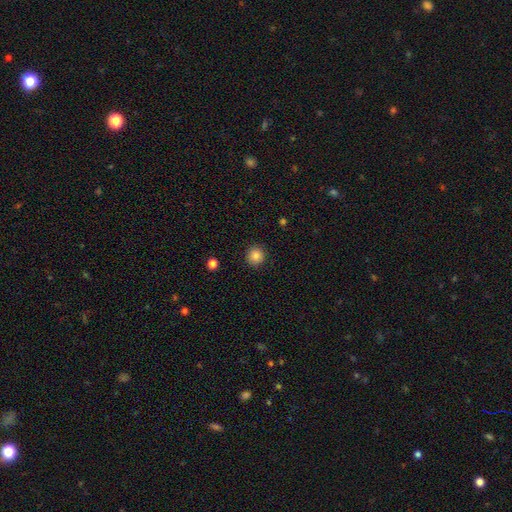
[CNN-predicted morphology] This is clearly a smooth galaxy (86%). How rounded: clearly round (93%). Merging: clearly none (91%).